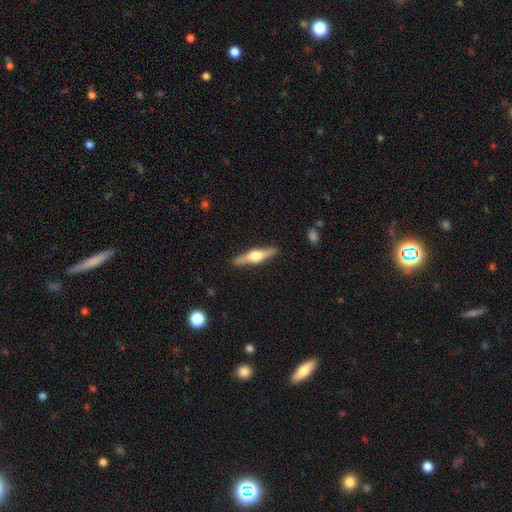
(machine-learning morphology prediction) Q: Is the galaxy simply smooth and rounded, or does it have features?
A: featured or disk — 72%.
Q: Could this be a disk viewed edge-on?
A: yes — 97%.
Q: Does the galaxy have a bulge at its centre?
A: rounded — 94%.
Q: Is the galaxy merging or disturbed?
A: none — 90%.